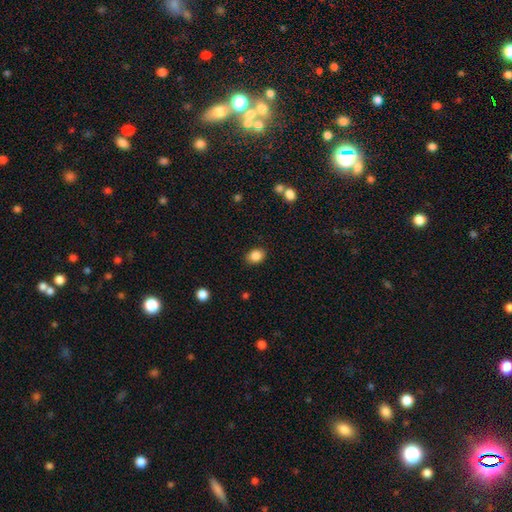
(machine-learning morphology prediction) Smooth or featured? Predicted: smooth (p=0.87). How rounded? Predicted: in between (p=0.63). Merging? Predicted: none (p=0.87).